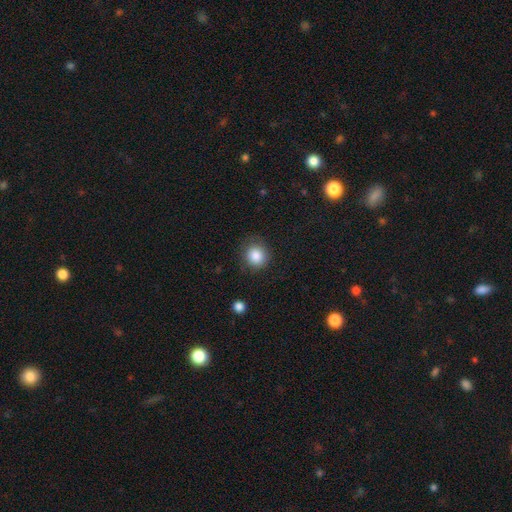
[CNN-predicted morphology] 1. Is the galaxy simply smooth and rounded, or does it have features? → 85% smooth, 9% star or artifact, 6% featured or disk.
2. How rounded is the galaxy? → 87% round, 12% in between, 1% cigar-shaped.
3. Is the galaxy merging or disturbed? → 80% none, 14% minor disturbance, 4% major disturbance, 1% merger.